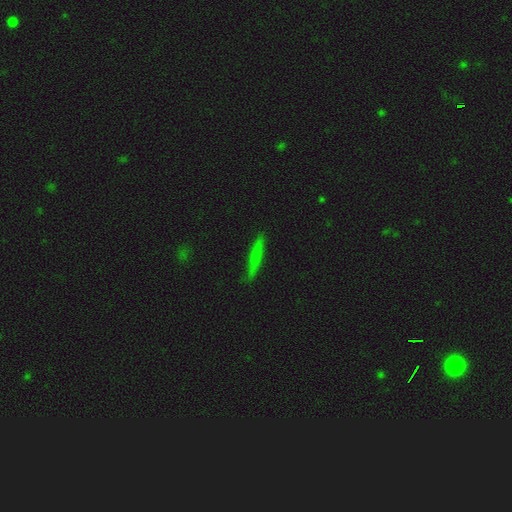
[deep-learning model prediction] smooth-or-featured: smooth: 67% | featured or disk: 24% | star or artifact: 9%
  how-rounded: cigar-shaped: 92% | in between: 6% | round: 2%
  merging: none: 85% | minor disturbance: 11% | major disturbance: 2% | merger: 1%